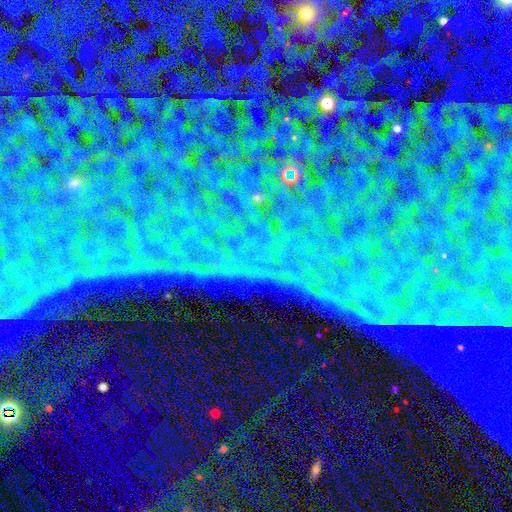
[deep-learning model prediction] A star or artifact, not a galaxy (86%).